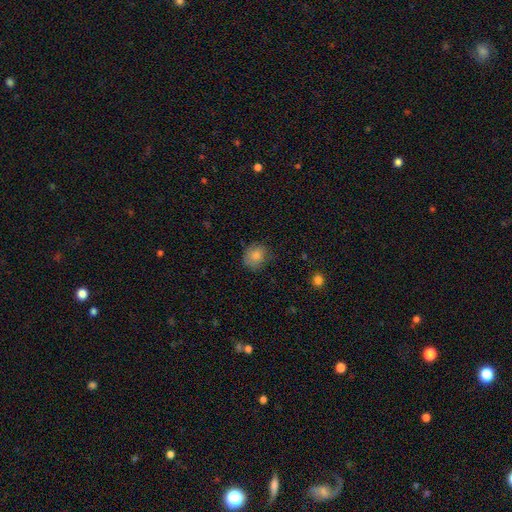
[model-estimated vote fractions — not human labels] Morphology: type=smooth (83%); roundness=round (72%); merging=none (74%).